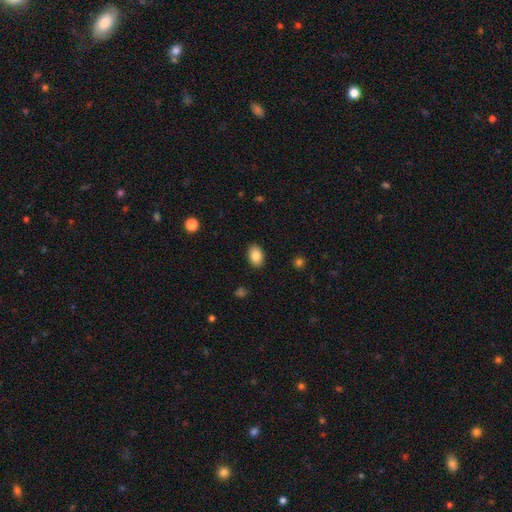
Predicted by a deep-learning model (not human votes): Morphology: type=smooth (85%); roundness=in between (87%); merging=none (89%).